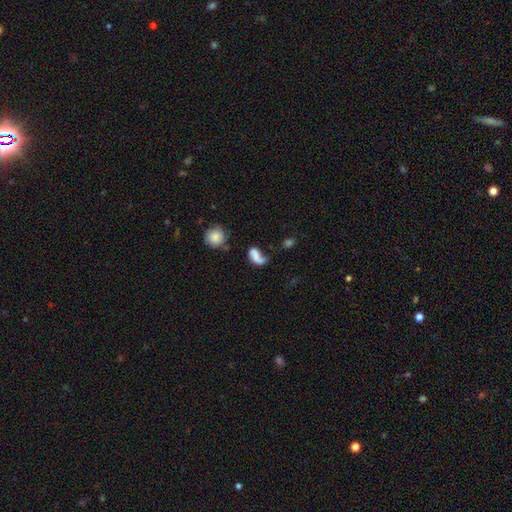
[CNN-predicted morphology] Smooth or featured?
  - smooth: 59% *
  - featured or disk: 30%
  - star or artifact: 11%
How rounded?
  - in between: 76% *
  - round: 17%
  - cigar-shaped: 7%
Merging?
  - major disturbance: 35% *
  - none: 29%
  - minor disturbance: 19%
  - merger: 17%